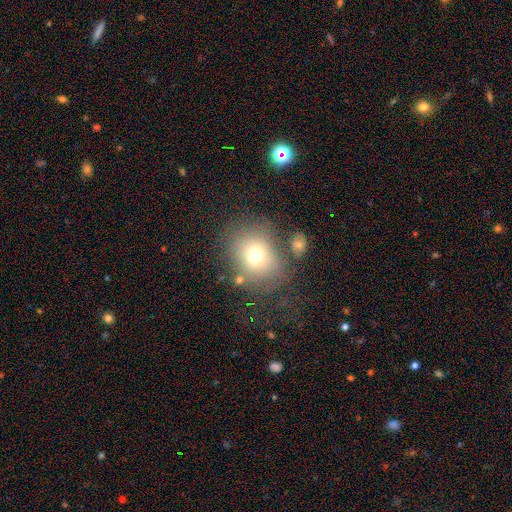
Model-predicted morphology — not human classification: A smooth galaxy with no disk features (70%) that is round (64%). Merging: none (65%).